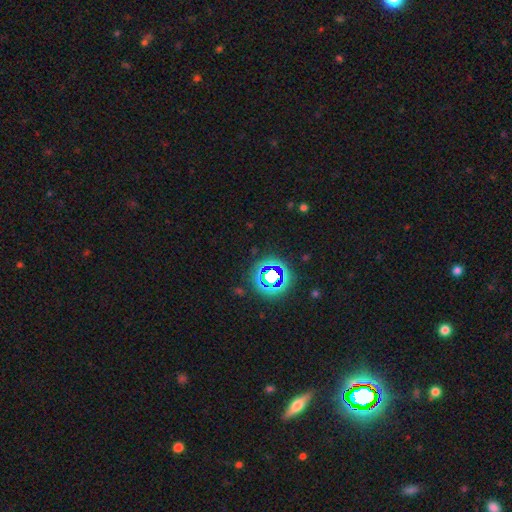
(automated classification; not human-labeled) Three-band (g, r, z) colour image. It shows a star or artifact, not a galaxy (76%).